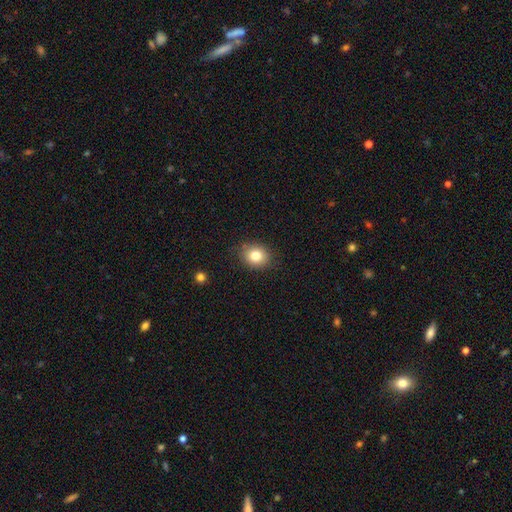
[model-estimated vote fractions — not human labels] A smooth galaxy with no disk features (81%) that is round (63%).

Vote fractions:
- Smooth or featured? smooth: 81% / star or artifact: 11% / featured or disk: 9%
- How rounded? round: 63% / in between: 36% / cigar-shaped: 1%
- Merging? none: 85% / minor disturbance: 11% / major disturbance: 3% / merger: 1%